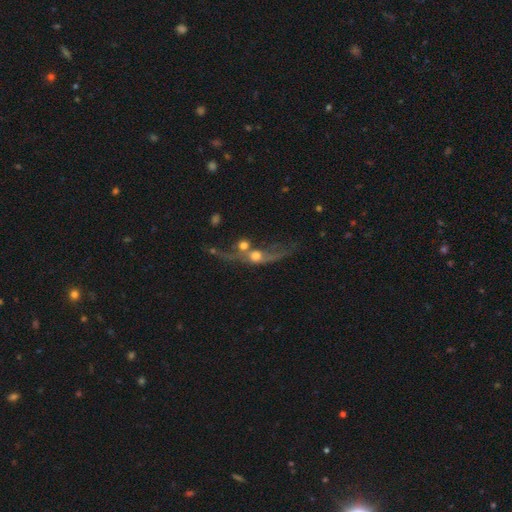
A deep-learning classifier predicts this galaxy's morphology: Smooth or featured? Predicted: featured or disk (p=0.55). Edge-on disk? Predicted: no (p=0.71). Merging? Predicted: merger (p=0.52).